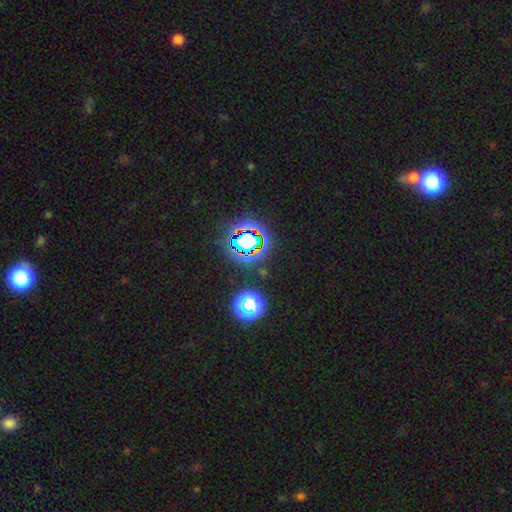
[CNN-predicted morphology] smooth_or_featured: star or artifact (p=0.78) [alt: smooth p=0.15]